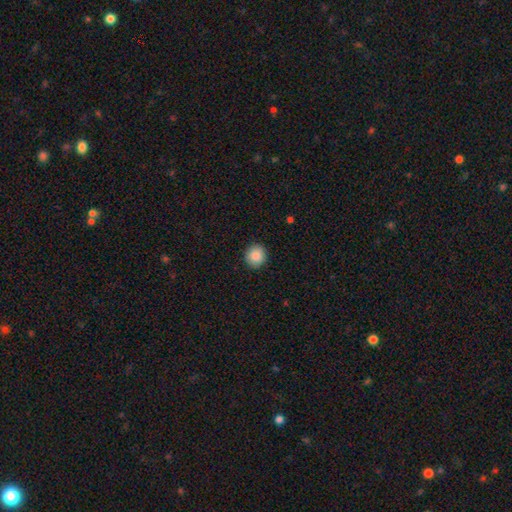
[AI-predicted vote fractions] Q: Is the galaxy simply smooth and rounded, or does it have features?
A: smooth — 88%.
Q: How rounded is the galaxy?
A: round — 89%.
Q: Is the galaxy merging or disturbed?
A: none — 91%.